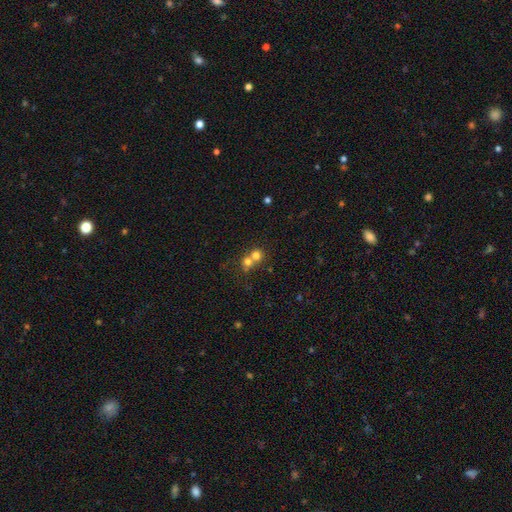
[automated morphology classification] type=smooth (72%); roundness=round (84%); merging=merger (61%).